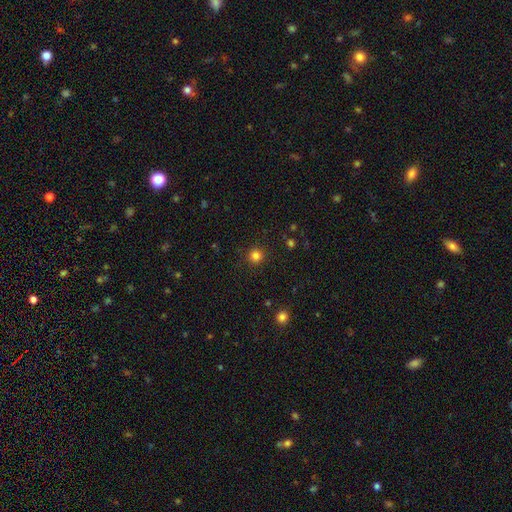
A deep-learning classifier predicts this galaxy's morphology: This is clearly a smooth galaxy (82%). How rounded: clearly round (94%). Merging: clearly none (91%).